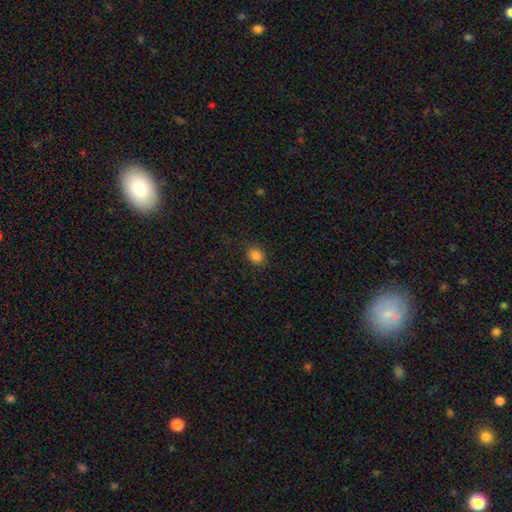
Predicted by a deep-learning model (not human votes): Morphology: type=smooth (84%); roundness=round (62%); merging=none (84%).